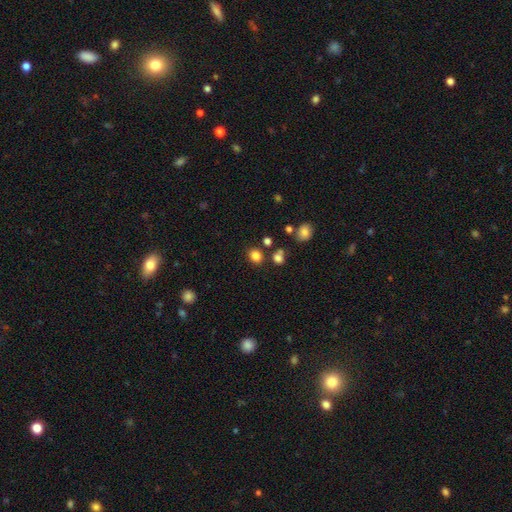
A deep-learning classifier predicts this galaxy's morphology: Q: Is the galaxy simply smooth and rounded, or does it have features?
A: smooth — 82%.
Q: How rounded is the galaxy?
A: round — 67%.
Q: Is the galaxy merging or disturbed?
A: none — 78%.